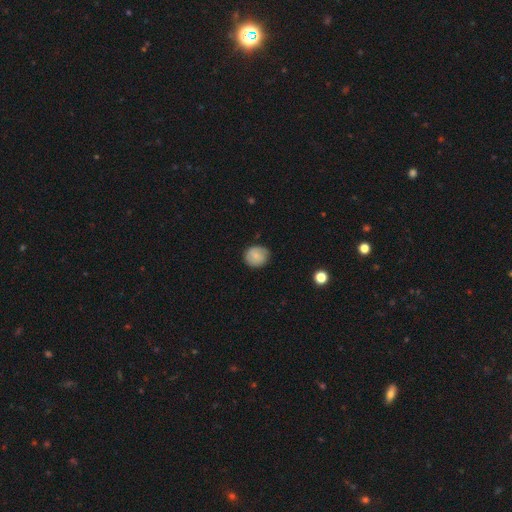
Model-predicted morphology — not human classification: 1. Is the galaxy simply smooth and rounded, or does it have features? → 76% smooth, 16% featured or disk, 8% star or artifact.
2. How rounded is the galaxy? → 80% round, 19% in between, 1% cigar-shaped.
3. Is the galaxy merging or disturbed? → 81% none, 15% minor disturbance, 3% major disturbance, 1% merger.